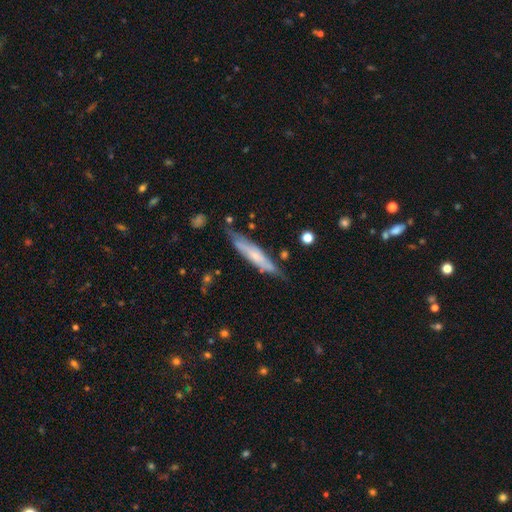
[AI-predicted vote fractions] This is possibly a featured or disk galaxy (48%). Merging: likely none (70%).